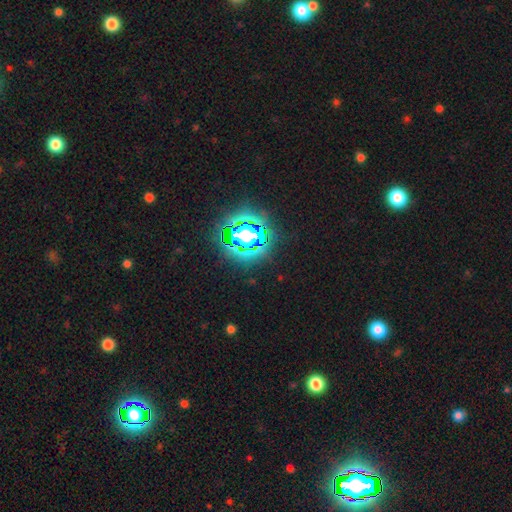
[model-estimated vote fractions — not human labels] Smooth or featured: star or artifact — 83% (smooth — 11%)